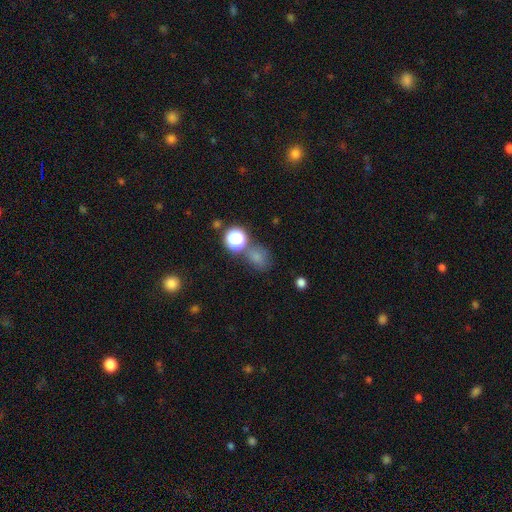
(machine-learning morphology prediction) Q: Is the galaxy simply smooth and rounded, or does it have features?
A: smooth — 66%.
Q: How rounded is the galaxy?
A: round — 60%.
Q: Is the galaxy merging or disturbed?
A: none — 61%.